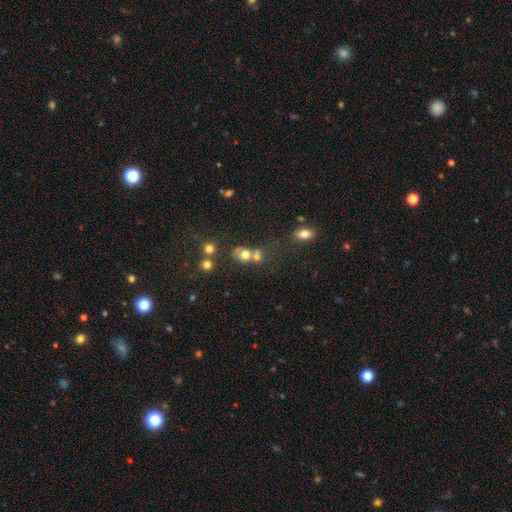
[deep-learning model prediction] Smooth or featured? smooth (55%)
How rounded? round (71%)
Merging? none (44%)